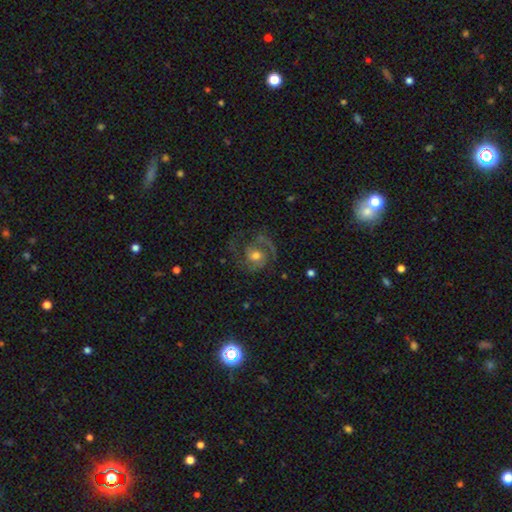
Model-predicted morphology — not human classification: A featured or disk galaxy (82%) with no bar (66%), 2 (75%) medium (53%) spiral arms (95%) and a moderate central bulge (66%). Merging: none (64%).